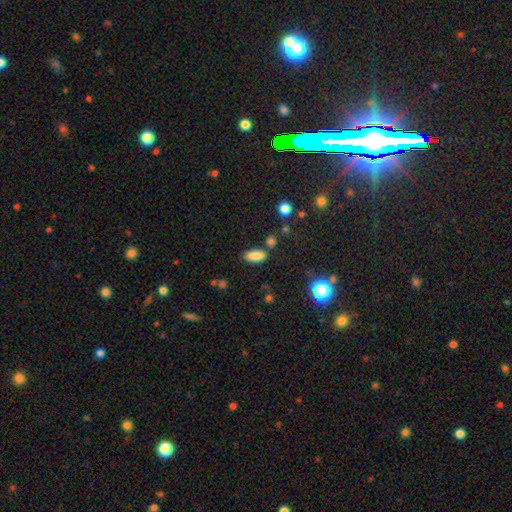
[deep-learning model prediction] smooth_or_featured: smooth (p=0.83) [alt: star or artifact p=0.11]
how_rounded: in between (p=0.88) [alt: cigar-shaped p=0.09]
merging: none (p=0.76) [alt: minor disturbance p=0.13]